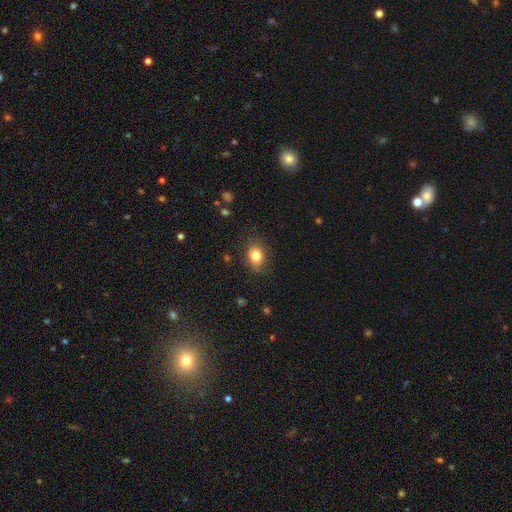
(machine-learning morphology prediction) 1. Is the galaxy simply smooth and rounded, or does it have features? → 82% smooth, 10% star or artifact, 8% featured or disk.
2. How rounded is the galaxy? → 57% in between, 42% round, 1% cigar-shaped.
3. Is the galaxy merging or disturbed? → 81% none, 14% minor disturbance, 4% major disturbance, 1% merger.